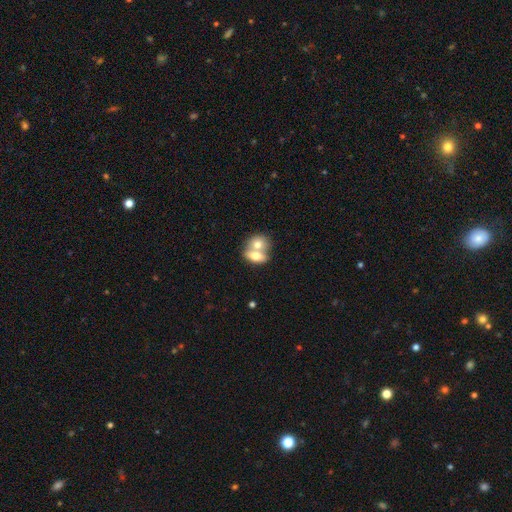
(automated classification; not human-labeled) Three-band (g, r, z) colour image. It shows a smooth galaxy with no disk features (70%) that is in between round and cigar-shaped (67%). Merging: merger (74%).